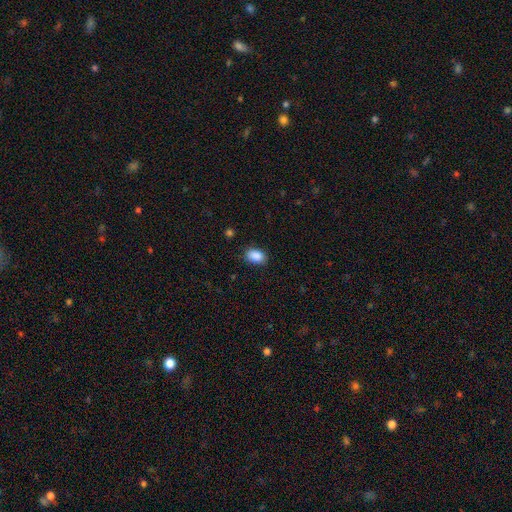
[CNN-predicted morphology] The model was most divided on "how rounded": in between: 87%, round: 12%, cigar-shaped: 1%. More confident: smooth or featured — smooth (89%); merging — none (86%).